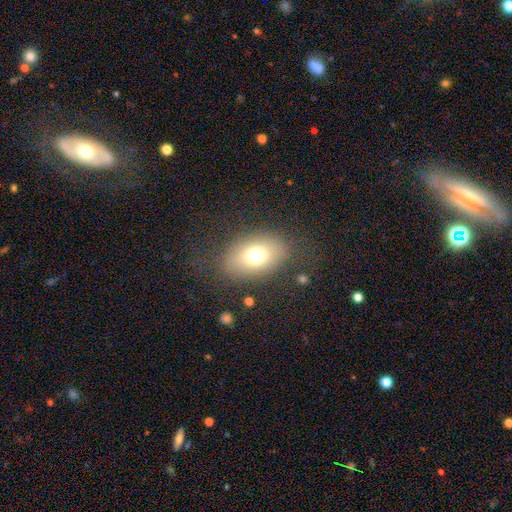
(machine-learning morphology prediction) Smooth or featured: smooth — 70% (featured or disk — 17%)
How rounded: in between — 78% (round — 21%)
Merging: none — 78% (minor disturbance — 12%)